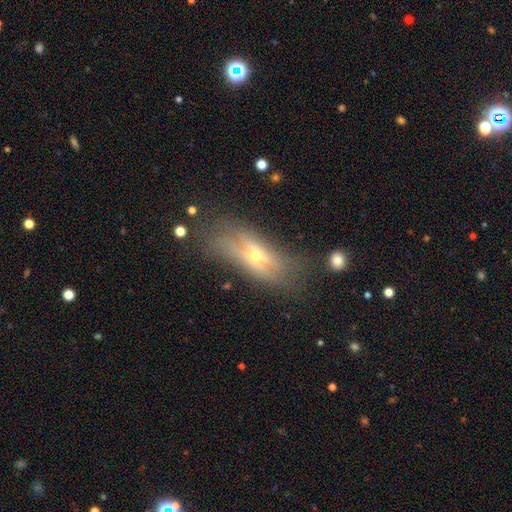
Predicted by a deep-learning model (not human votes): featured or disk 53%, smooth 37%, star or artifact 10%. Down the decision tree: edge-on disk — yes (56%); merging — none (58%).